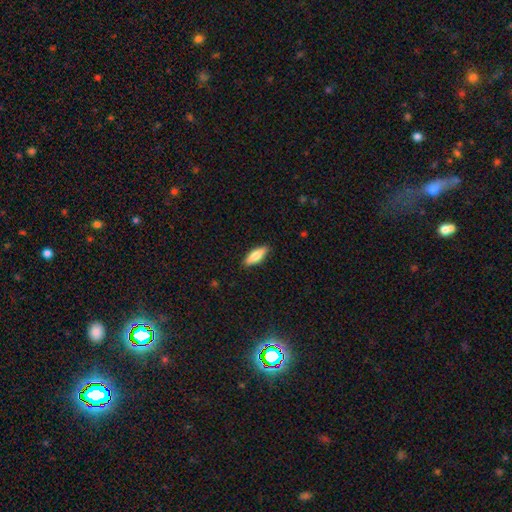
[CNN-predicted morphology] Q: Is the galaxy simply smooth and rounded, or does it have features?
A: smooth — 75%.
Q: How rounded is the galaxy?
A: in between — 61%.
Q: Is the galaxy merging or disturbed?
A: none — 88%.